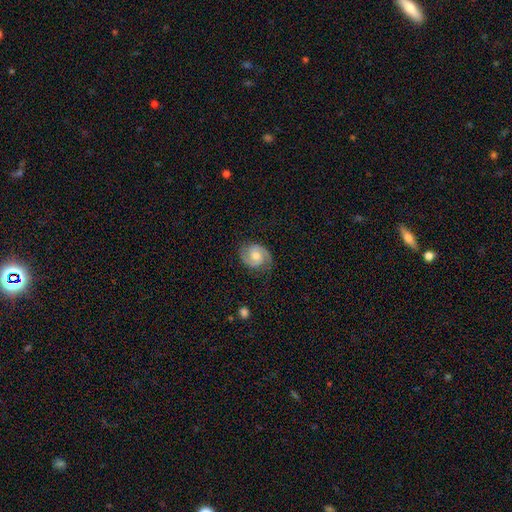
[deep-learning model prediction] Smooth or featured? featured or disk (83%)
Edge-on disk? no (98%)
Bar? no (54%)
Spiral arms? yes (97%)
Spiral winding? medium (50%)
Spiral arm count? 2 (92%)
Bulge size? moderate (68%)
Merging? none (81%)